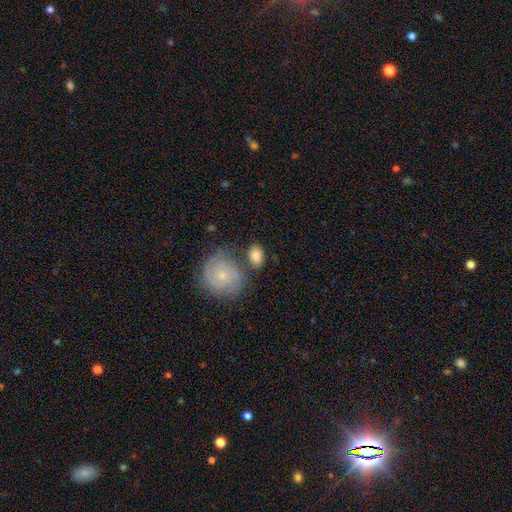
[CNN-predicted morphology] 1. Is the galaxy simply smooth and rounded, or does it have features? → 71% smooth, 22% featured or disk, 7% star or artifact.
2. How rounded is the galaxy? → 72% in between, 26% round, 2% cigar-shaped.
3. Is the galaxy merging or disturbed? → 65% none, 16% minor disturbance, 14% merger, 5% major disturbance.